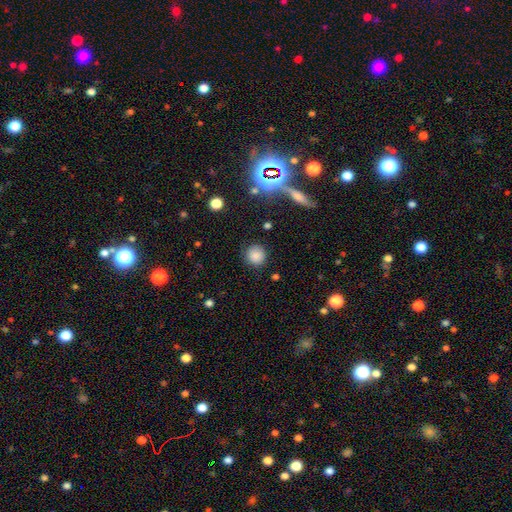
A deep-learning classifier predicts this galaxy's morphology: Smooth or featured?
  - smooth: 82% *
  - star or artifact: 12%
  - featured or disk: 6%
How rounded?
  - round: 91% *
  - in between: 8%
  - cigar-shaped: 1%
Merging?
  - none: 83% *
  - minor disturbance: 11%
  - major disturbance: 4%
  - merger: 2%